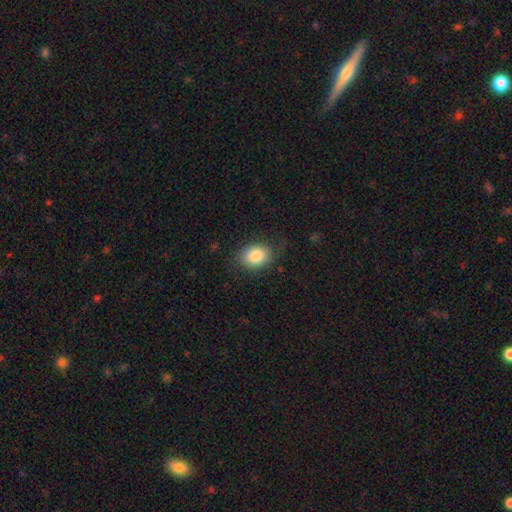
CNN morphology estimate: smooth-or-featured: smooth: 85% | featured or disk: 8% | star or artifact: 7%
  how-rounded: in between: 71% | round: 28% | cigar-shaped: 1%
  merging: none: 75% | minor disturbance: 17% | major disturbance: 7% | merger: 1%